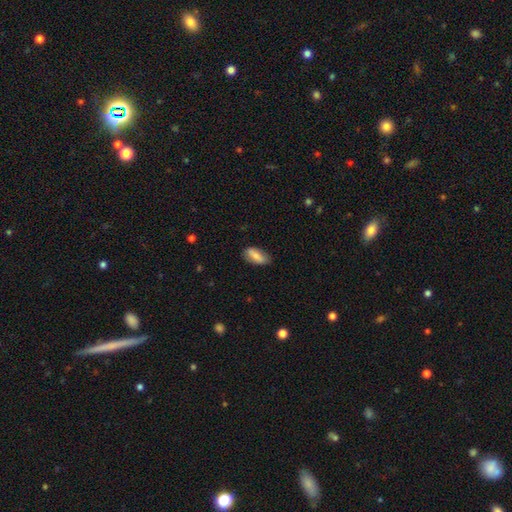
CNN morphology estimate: A smooth galaxy with no disk features (79%) that is in between round and cigar-shaped (84%). Merging: none (76%).